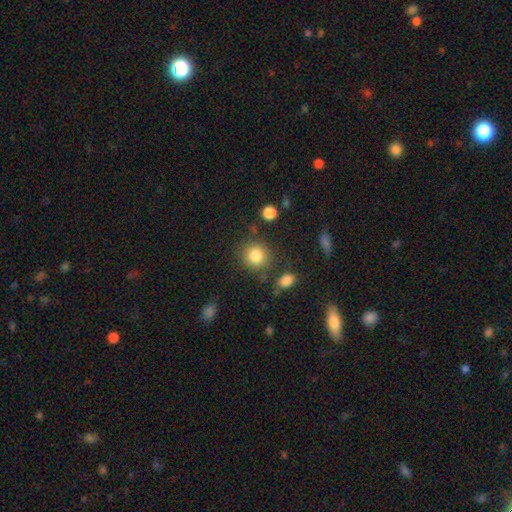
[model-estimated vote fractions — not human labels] Smooth or featured? Predicted: smooth (p=0.84). How rounded? Predicted: round (p=0.87). Merging? Predicted: none (p=0.80).